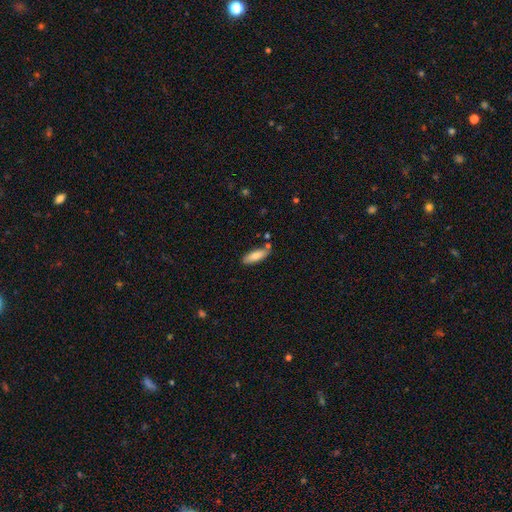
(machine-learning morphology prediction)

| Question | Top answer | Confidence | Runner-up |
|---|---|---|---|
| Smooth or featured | smooth | 80% | featured or disk (13%) |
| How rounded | in between | 61% | cigar-shaped (37%) |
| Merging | none | 79% | minor disturbance (13%) |